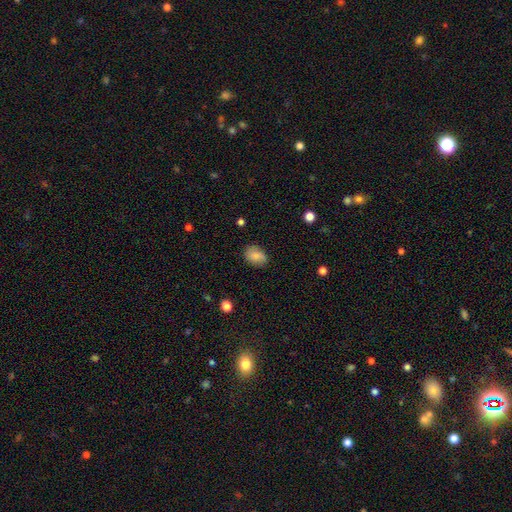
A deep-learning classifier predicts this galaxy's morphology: Smooth or featured?
  - smooth: 80% *
  - featured or disk: 11%
  - star or artifact: 8%
How rounded?
  - in between: 73% *
  - round: 26%
  - cigar-shaped: 1%
Merging?
  - none: 76% *
  - minor disturbance: 18%
  - major disturbance: 4%
  - merger: 1%